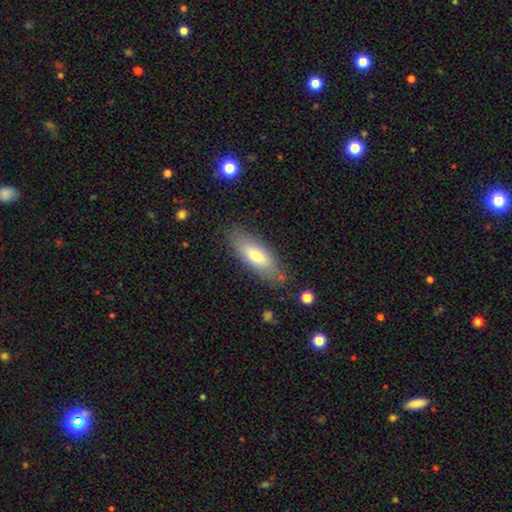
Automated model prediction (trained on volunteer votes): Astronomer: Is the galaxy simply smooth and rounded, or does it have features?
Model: smooth — 74%.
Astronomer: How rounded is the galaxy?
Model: in between — 63%.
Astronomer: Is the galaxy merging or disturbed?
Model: none — 82%.